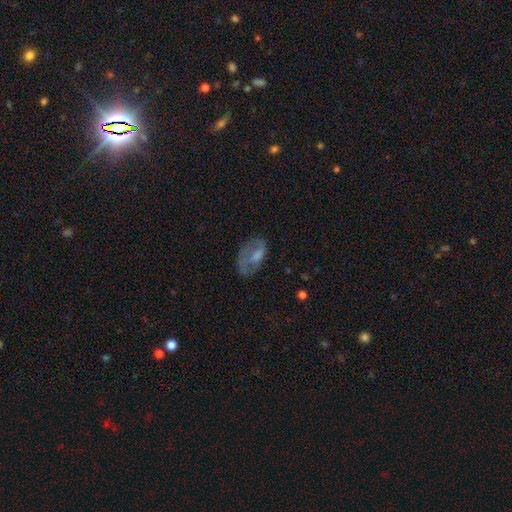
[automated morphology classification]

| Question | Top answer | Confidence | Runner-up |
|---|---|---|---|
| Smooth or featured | smooth | 52% | featured or disk (38%) |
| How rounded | in between | 89% | round (7%) |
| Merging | none | 48% | minor disturbance (27%) |